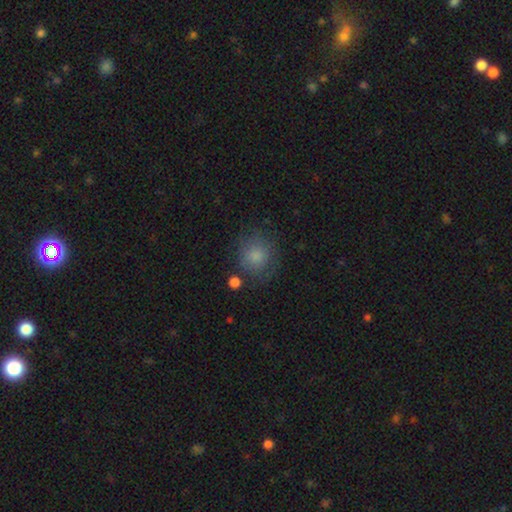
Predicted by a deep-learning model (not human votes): A smooth galaxy with no disk features (80%) that is round (82%). Merging: none (69%).